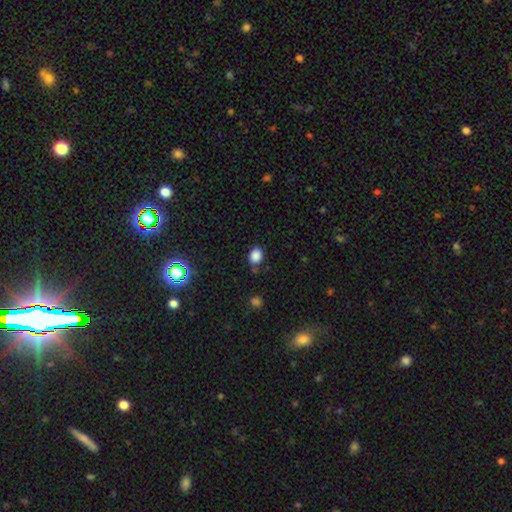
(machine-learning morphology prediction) A smooth galaxy with no disk features (84%) that is in between round and cigar-shaped (57%). Merging: none (75%).